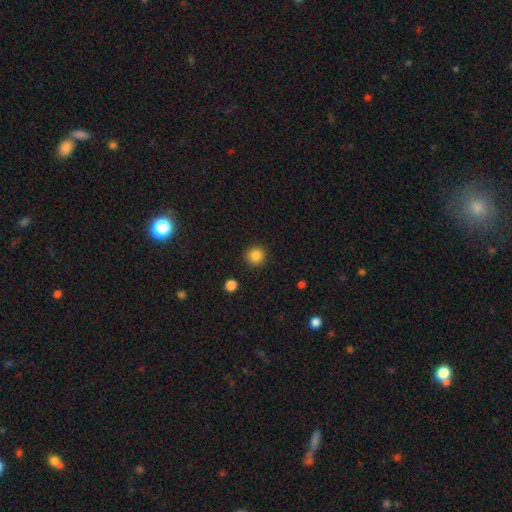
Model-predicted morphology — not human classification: This appears to be a smooth galaxy with no disk features (85%) that is round (93%). Merging: none (90%).